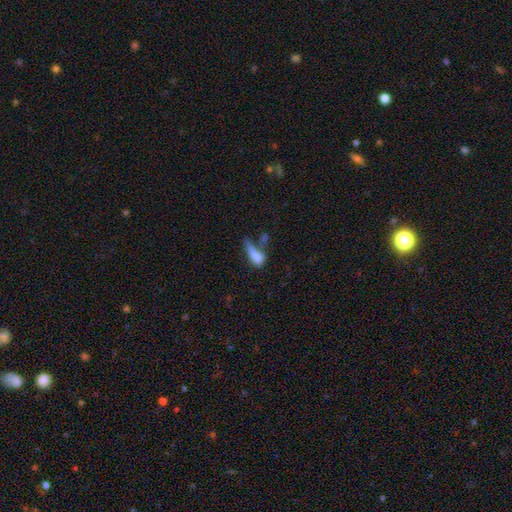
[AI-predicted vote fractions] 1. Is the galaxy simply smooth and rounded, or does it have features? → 70% smooth, 18% featured or disk, 12% star or artifact.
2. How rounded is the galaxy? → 57% in between, 37% cigar-shaped, 6% round.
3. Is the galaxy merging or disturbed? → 29% merger (tied), 29% major disturbance (tied), 24% none, 18% minor disturbance.